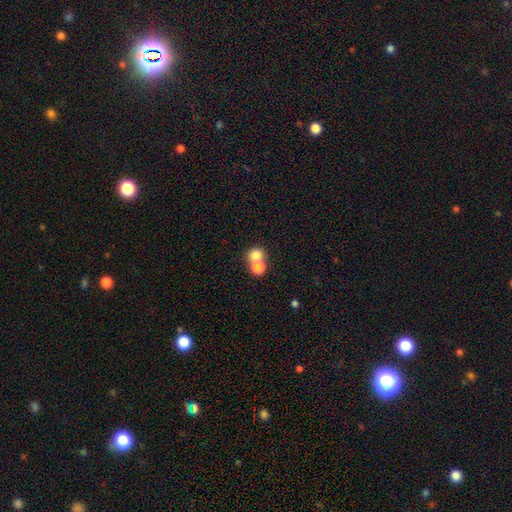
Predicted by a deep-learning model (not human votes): Smooth or featured? Predicted: smooth (p=0.77). How rounded? Predicted: round (p=0.76). Merging? Predicted: merger (p=0.49).